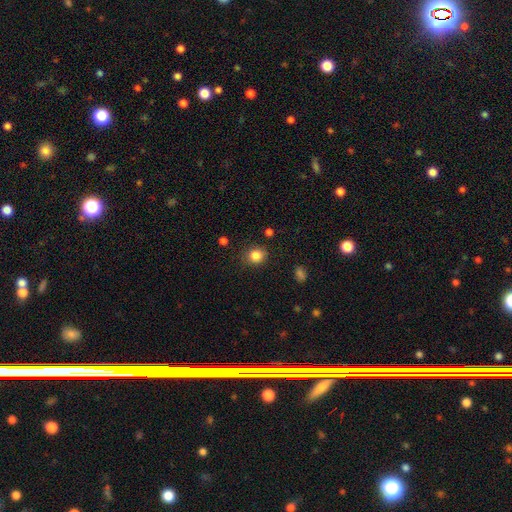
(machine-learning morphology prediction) smooth-or-featured: smooth: 84% | star or artifact: 11% | featured or disk: 5%
  how-rounded: round: 74% | in between: 25% | cigar-shaped: 1%
  merging: none: 84% | minor disturbance: 11% | major disturbance: 3% | merger: 2%